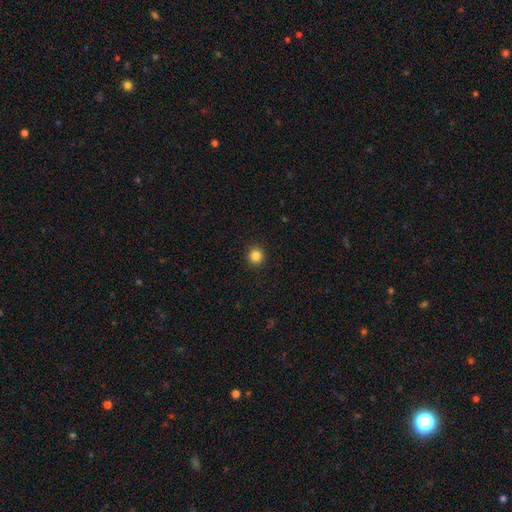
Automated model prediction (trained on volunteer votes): A smooth galaxy with no disk features (85%) that is round (92%). Merging: none (93%).